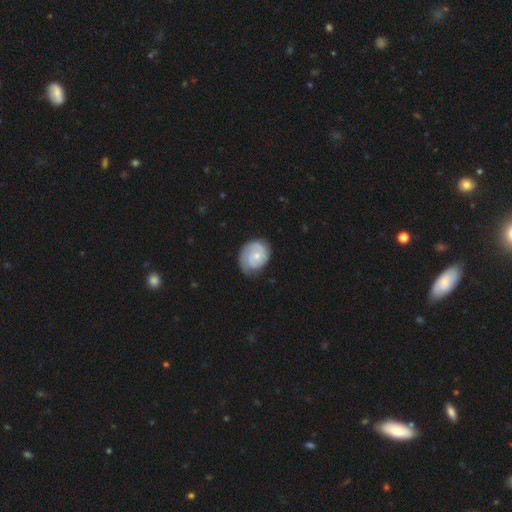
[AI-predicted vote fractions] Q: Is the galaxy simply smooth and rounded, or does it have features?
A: featured or disk — 71%.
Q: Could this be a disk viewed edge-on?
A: no — 98%.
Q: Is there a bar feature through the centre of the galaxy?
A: no — 70%.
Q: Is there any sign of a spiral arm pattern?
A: yes — 93%.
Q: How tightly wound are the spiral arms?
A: tight — 59%.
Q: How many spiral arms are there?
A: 2 — 54%.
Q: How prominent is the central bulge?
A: small — 61%.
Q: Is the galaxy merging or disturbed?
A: none — 68%.